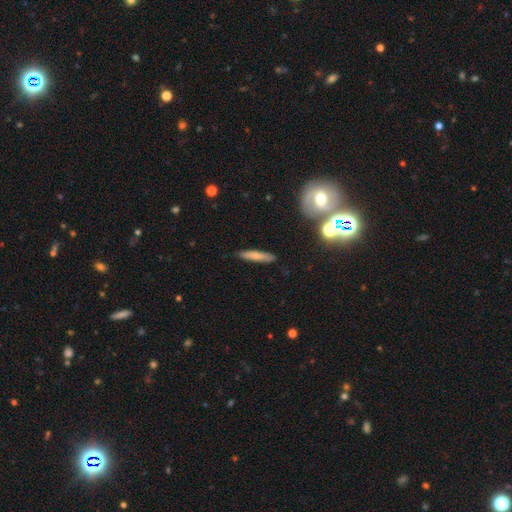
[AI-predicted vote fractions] The model was most divided on "smooth or featured": smooth: 70%, featured or disk: 22%, star or artifact: 8%. More confident: how rounded — cigar-shaped (87%); merging — none (87%).